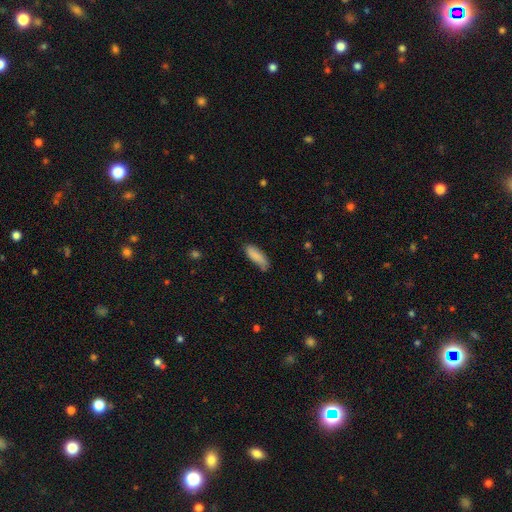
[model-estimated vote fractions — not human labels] Morphology: type=smooth (86%); roundness=in between (61%); merging=none (66%).